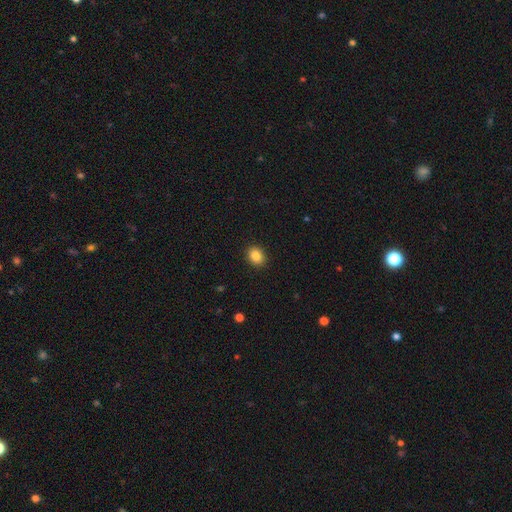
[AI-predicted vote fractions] smooth_or_featured: smooth (p=0.86) [alt: star or artifact p=0.10]
how_rounded: in between (p=0.53) [alt: round p=0.47]
merging: none (p=0.91) [alt: minor disturbance p=0.07]